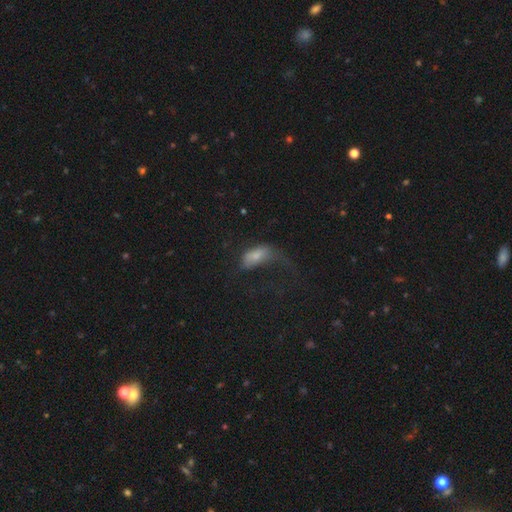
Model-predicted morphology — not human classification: Smooth or featured?
  - smooth: 66% *
  - featured or disk: 23%
  - star or artifact: 11%
How rounded?
  - in between: 87% *
  - cigar-shaped: 8%
  - round: 4%
Merging?
  - major disturbance: 60% *
  - none: 18%
  - minor disturbance: 18%
  - merger: 4%